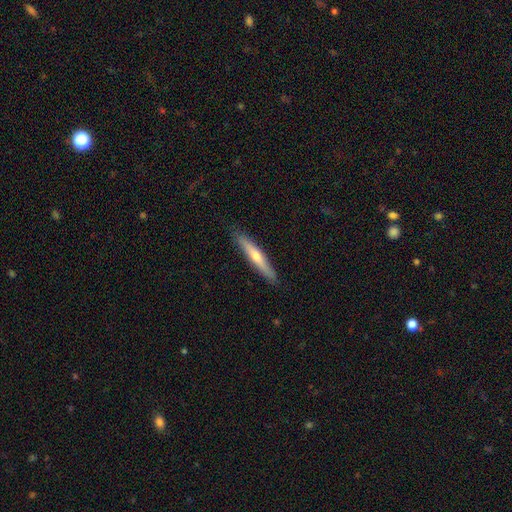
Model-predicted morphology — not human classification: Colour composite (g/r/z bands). It shows a smooth galaxy with no disk features (49%). Merging: none (89%).